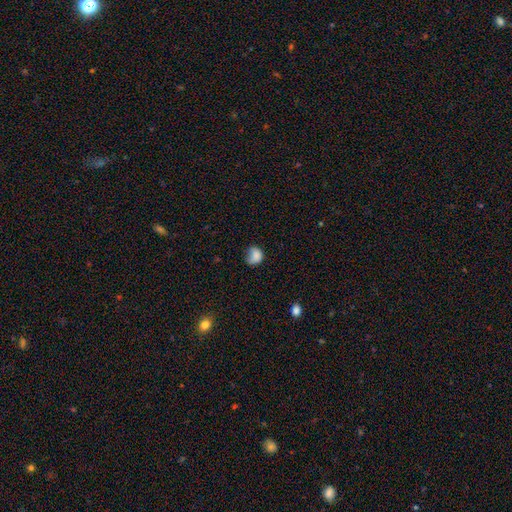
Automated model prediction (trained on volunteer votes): smooth 80%, featured or disk 11%, star or artifact 9%. Down the decision tree: how rounded — round (59%); merging — none (42%).